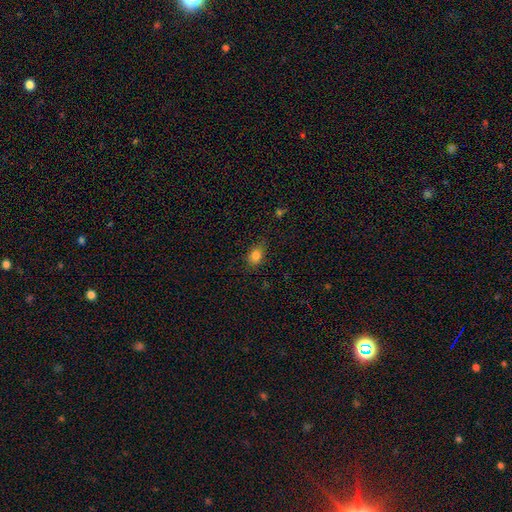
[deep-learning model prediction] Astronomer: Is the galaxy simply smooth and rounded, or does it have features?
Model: smooth — 83%.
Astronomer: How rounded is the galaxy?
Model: in between — 72%.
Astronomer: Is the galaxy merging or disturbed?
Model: none — 77%.